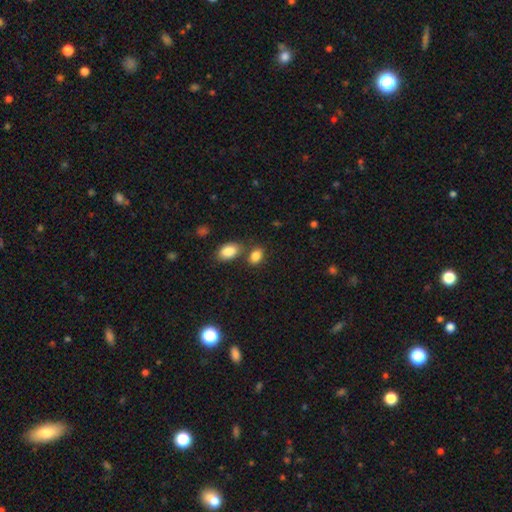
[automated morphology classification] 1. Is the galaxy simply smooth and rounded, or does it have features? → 85% smooth, 9% star or artifact, 5% featured or disk.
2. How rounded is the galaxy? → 82% in between, 17% round, 2% cigar-shaped.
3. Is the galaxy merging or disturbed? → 62% none, 23% merger, 12% minor disturbance, 4% major disturbance.